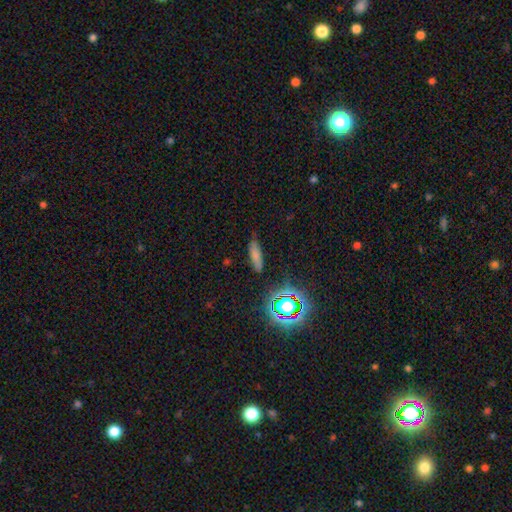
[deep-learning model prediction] Overall: smooth (70%). How rounded: cigar-shaped (58%; in between 39%). Merging: none (77%).